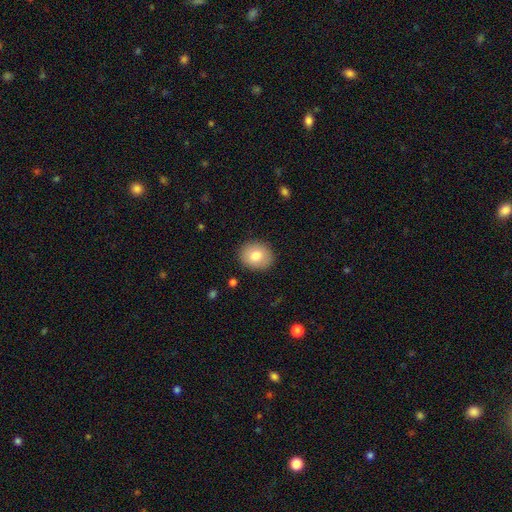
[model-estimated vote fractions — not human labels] Smooth or featured?
  - smooth: 80% *
  - featured or disk: 12%
  - star or artifact: 8%
How rounded?
  - round: 65% *
  - in between: 34%
  - cigar-shaped: 1%
Merging?
  - none: 89% *
  - minor disturbance: 8%
  - major disturbance: 2%
  - merger: 1%